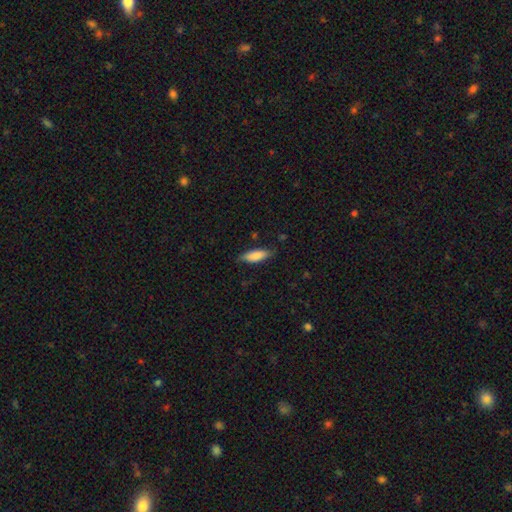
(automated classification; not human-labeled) Overall: smooth (80%). How rounded: in between (60%; cigar-shaped 38%). Merging: none (76%).